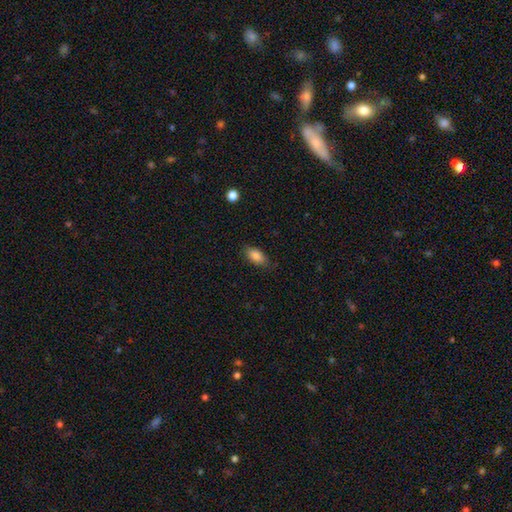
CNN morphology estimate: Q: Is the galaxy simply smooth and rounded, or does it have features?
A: smooth — 85%.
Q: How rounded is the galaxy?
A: in between — 89%.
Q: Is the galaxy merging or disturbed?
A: none — 79%.